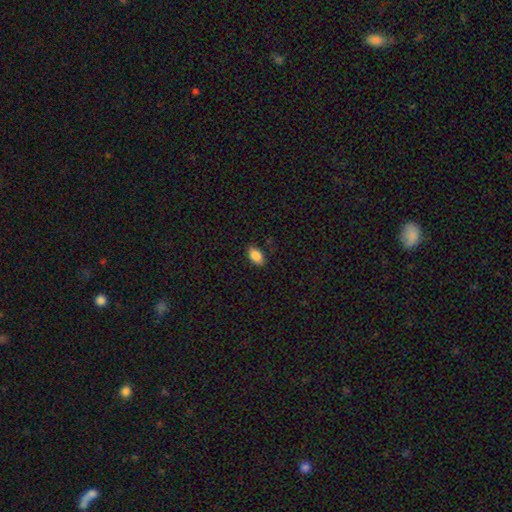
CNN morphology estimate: type=smooth (87%); roundness=in between (91%); merging=none (84%).